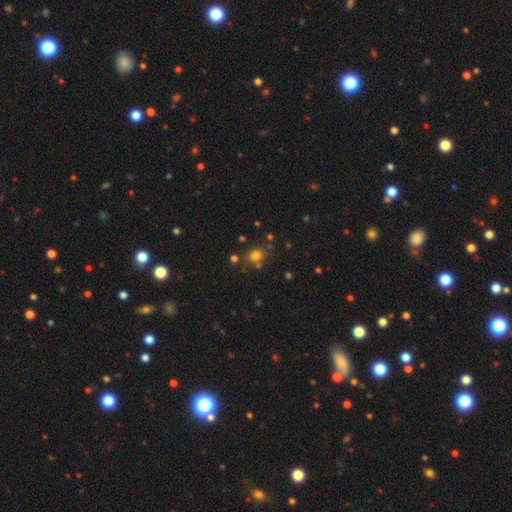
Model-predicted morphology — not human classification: type=smooth (72%); roundness=round (72%); merging=none (75%).